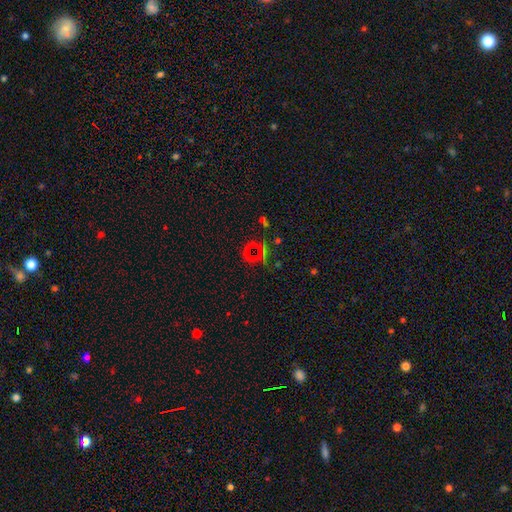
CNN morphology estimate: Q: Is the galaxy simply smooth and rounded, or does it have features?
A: star or artifact — 64%.